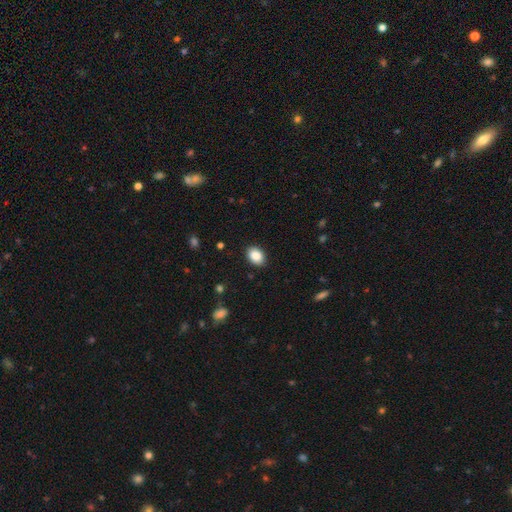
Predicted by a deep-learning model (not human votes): A smooth galaxy with no disk features (88%) that is in between round and cigar-shaped (78%). Merging: none (89%).